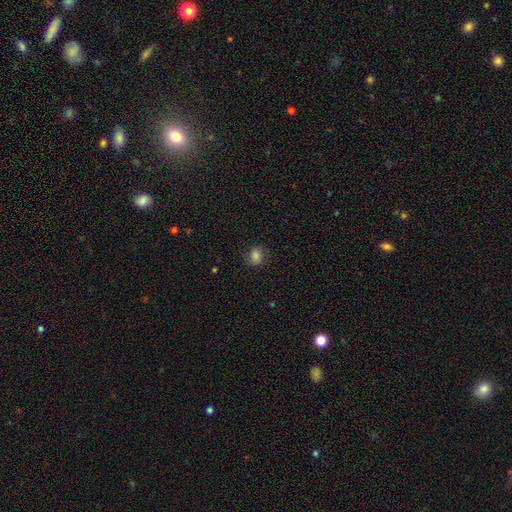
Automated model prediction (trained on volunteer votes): Smooth or featured: smooth — 79% (star or artifact — 11%)
How rounded: round — 57% (in between — 42%)
Merging: none — 79% (minor disturbance — 15%)